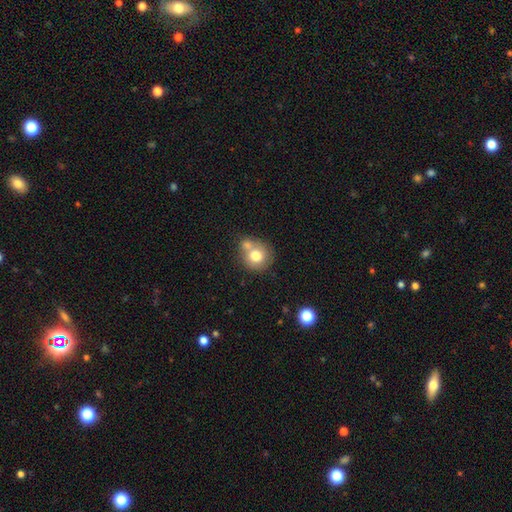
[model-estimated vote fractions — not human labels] This is likely a smooth galaxy (74%). How rounded: clearly round (85%). Merging: marginally none (44%).